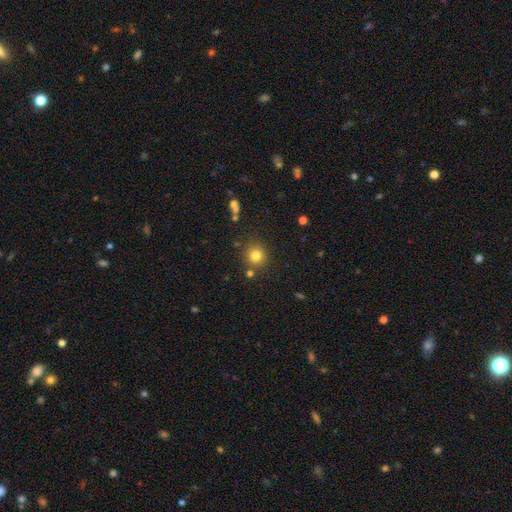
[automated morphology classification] This is likely a smooth galaxy (80%). How rounded: clearly round (92%). Merging: clearly none (82%).